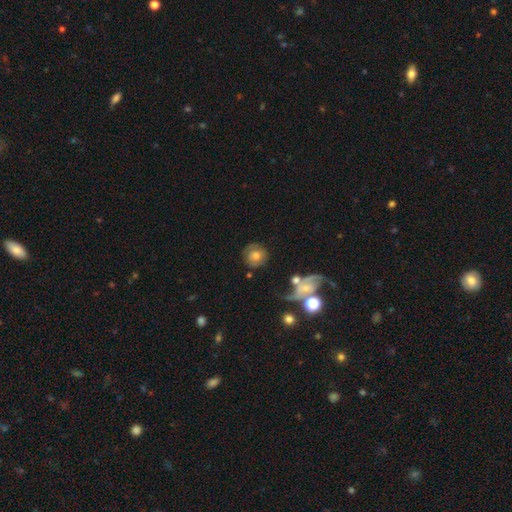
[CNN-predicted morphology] A smooth galaxy with no disk features (57%) that is round (87%).

Vote fractions:
- Smooth or featured? smooth: 57% / featured or disk: 34% / star or artifact: 9%
- How rounded? round: 87% / in between: 12% / cigar-shaped: 1%
- Merging? none: 69% / minor disturbance: 16% / major disturbance: 8% / merger: 6%